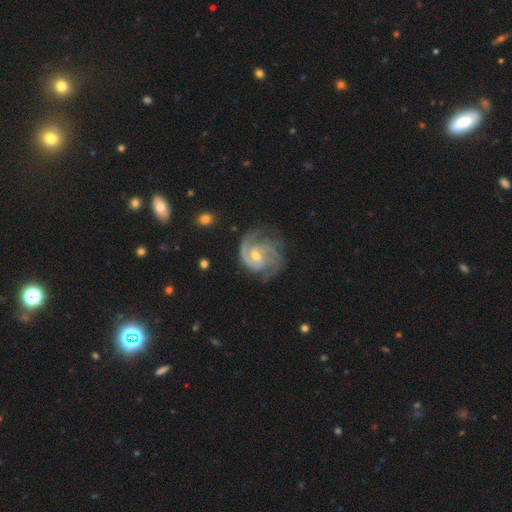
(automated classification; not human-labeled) Smooth or featured? Predicted: featured or disk (p=0.91). Edge-on disk? Predicted: no (p=0.98). Bar? Predicted: no (p=0.45). Spiral arms? Predicted: yes (p=0.98). Spiral winding? Predicted: tight (p=0.47). Spiral arm count? Predicted: 3 (p=0.37). Bulge size? Predicted: small (p=0.48, tied with moderate). Merging? Predicted: none (p=0.70).